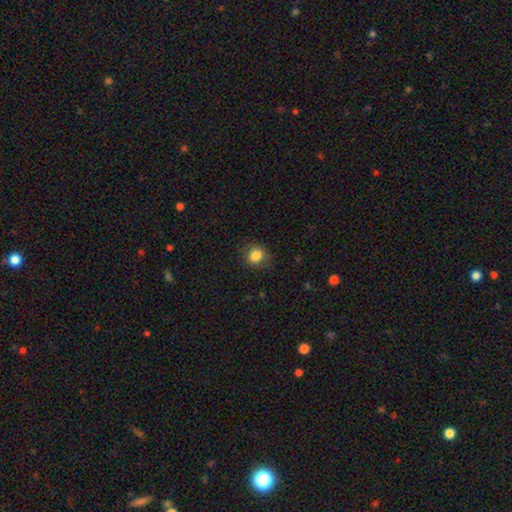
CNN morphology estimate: Smooth or featured: smooth — 84% (star or artifact — 10%)
How rounded: round — 74% (in between — 25%)
Merging: none — 83% (minor disturbance — 12%)